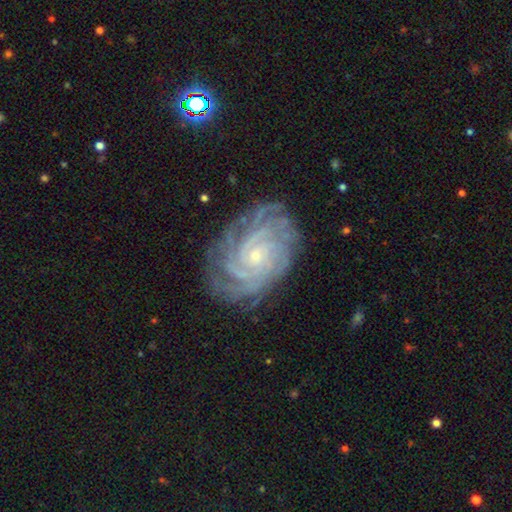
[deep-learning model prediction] Smooth or featured?
  - featured or disk: 90% *
  - star or artifact: 6%
  - smooth: 5%
Edge-on disk?
  - no: 97% *
  - yes: 3%
Bar?
  - no: 74% *
  - weak: 21%
  - strong: 6%
Spiral arms?
  - yes: 98% *
  - no: 2%
Spiral winding?
  - tight: 80% *
  - medium: 18%
  - loose: 3%
Spiral arm count?
  - 4: 27% *
  - more than 4: 22%
  - can't tell: 20%
  - 3: 14%
  - 2: 9%
  - 1: 7%
Bulge size?
  - small: 80% *
  - moderate: 16%
  - none: 2%
  - large: 1%
  - dominant: 1%
Merging?
  - none: 78% *
  - minor disturbance: 15%
  - major disturbance: 5%
  - merger: 1%